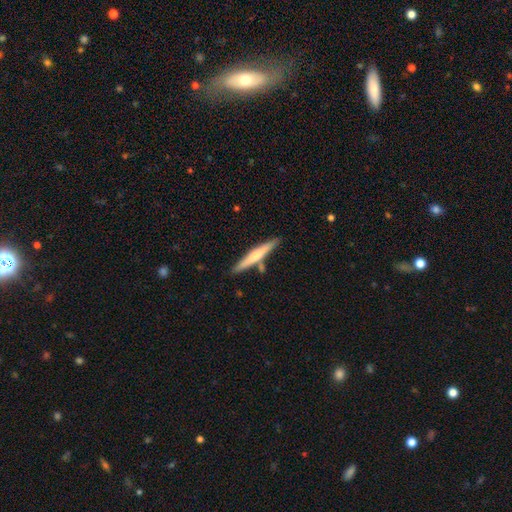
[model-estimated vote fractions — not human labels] Smooth or featured? smooth (51%)
How rounded? cigar-shaped (95%)
Merging? none (80%)